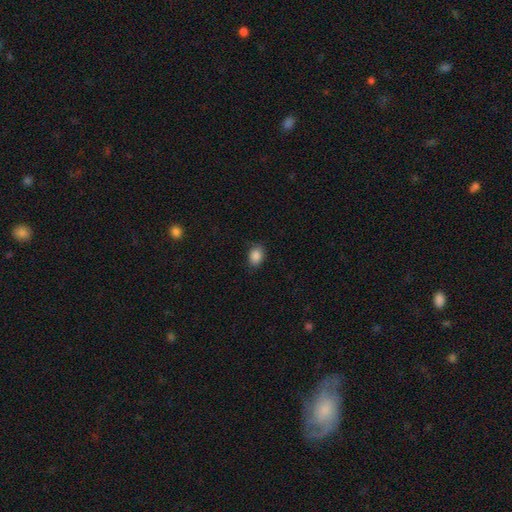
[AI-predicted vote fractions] A smooth galaxy with no disk features (88%) that is in between round and cigar-shaped (71%). Merging: none (84%).